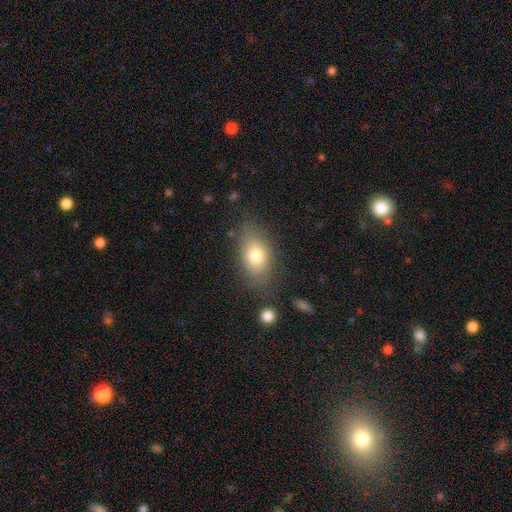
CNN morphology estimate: This is likely a smooth galaxy (76%). How rounded: clearly in between (83%). Merging: likely none (75%).